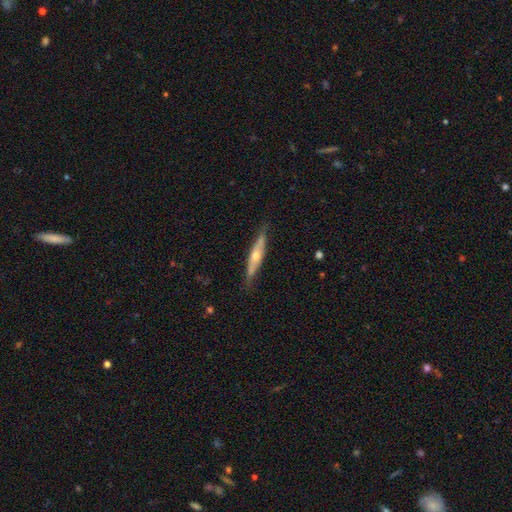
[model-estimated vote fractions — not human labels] Smooth or featured? featured or disk (64%)
Edge-on disk? yes (92%)
Edge-on bulge? rounded (86%)
Merging? none (85%)